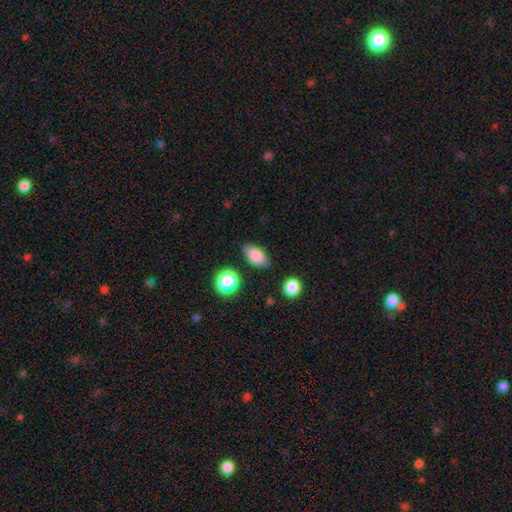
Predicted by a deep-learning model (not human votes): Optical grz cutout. It shows a smooth galaxy with no disk features (83%) that is in between round and cigar-shaped (87%). Merging: none (82%).